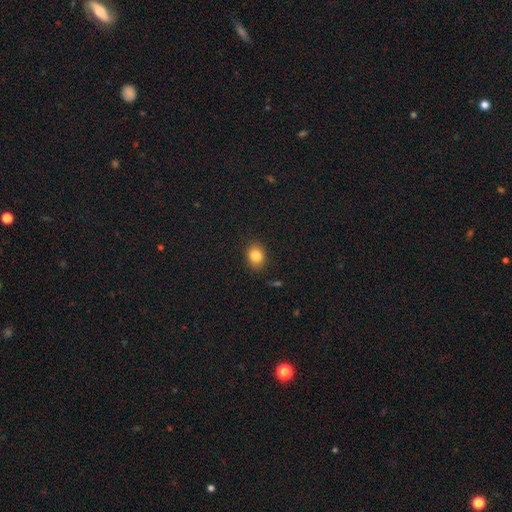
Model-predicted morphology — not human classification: Smooth or featured? Predicted: smooth (p=0.83). How rounded? Predicted: round (p=0.51). Merging? Predicted: none (p=0.88).